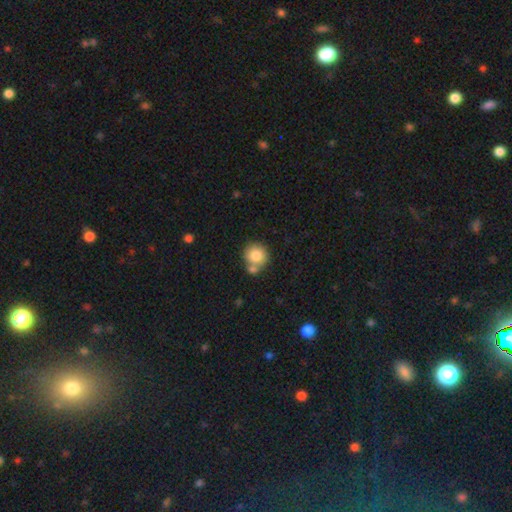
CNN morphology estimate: Smooth or featured? smooth (81%)
How rounded? round (90%)
Merging? none (59%)